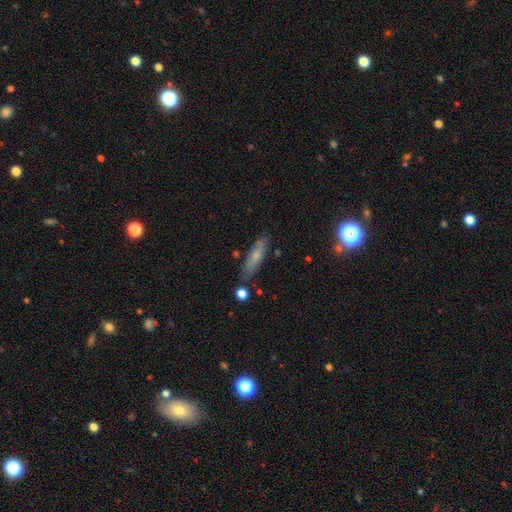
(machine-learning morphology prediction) smooth 64%, featured or disk 27%, star or artifact 9%. Down the decision tree: how rounded — cigar-shaped (68%); merging — none (79%).